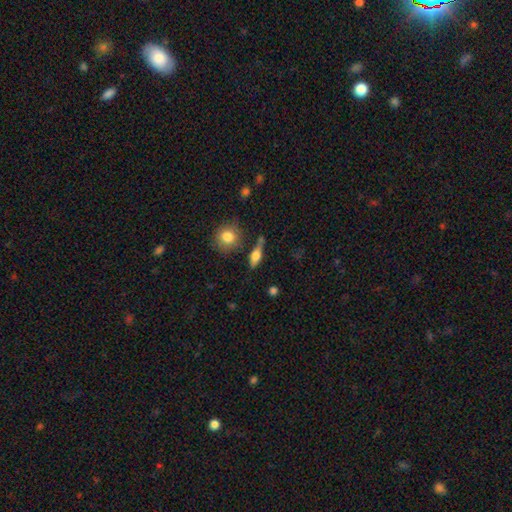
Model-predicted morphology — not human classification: A smooth galaxy with no disk features (48%). Merging: none (72%).